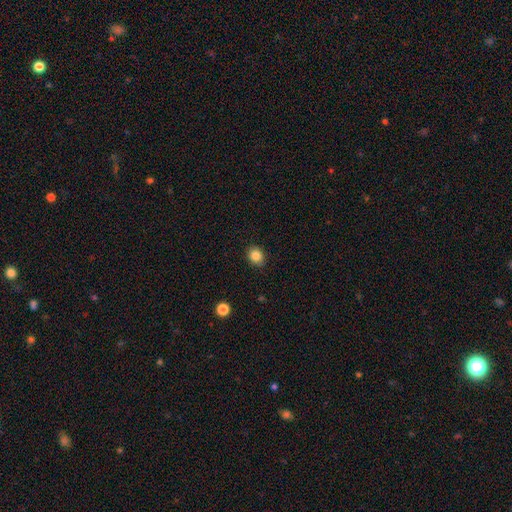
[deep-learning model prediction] Overall: smooth (84%). How rounded: round (60%; in between 39%). Merging: none (88%).